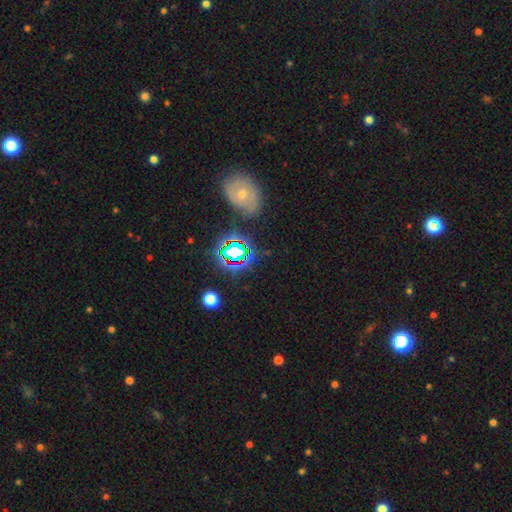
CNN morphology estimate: Q: Smooth or featured?
A: star or artifact (59%); runner-up: smooth (22%)